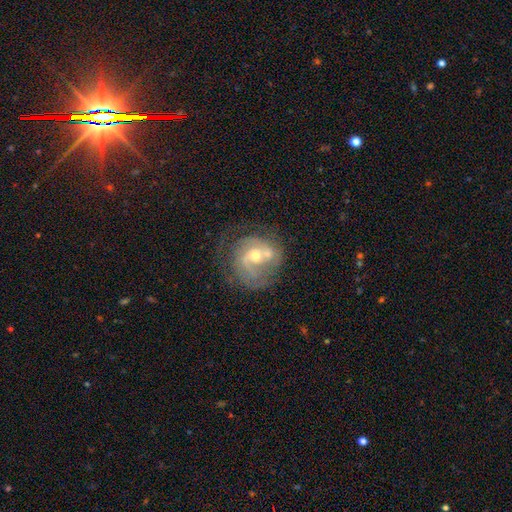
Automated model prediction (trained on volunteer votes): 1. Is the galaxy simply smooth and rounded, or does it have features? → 75% featured or disk, 17% smooth, 8% star or artifact.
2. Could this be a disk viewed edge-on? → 97% no, 3% yes.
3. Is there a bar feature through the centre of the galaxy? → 54% no, 37% weak, 9% strong.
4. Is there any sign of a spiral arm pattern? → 82% yes, 18% no.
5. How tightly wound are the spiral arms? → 41% tight, 40% medium, 19% loose.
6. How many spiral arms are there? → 50% 2, 24% can't tell, 13% 1, 8% 3, 2% 4, 2% more than 4.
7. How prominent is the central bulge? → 60% moderate, 33% small, 3% large, 2% none, 1% dominant.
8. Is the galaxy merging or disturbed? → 40% none, 29% merger, 16% minor disturbance, 14% major disturbance.